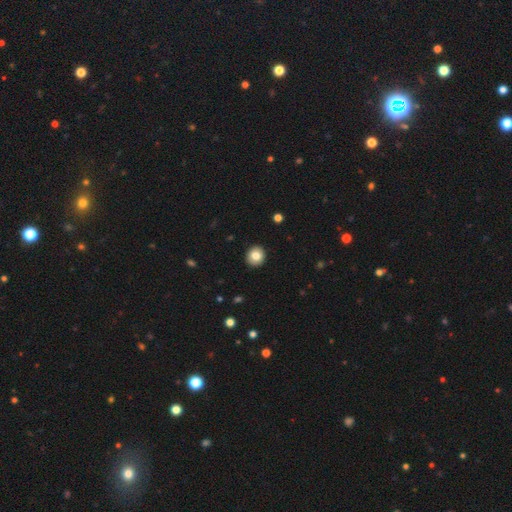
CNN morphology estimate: Smooth or featured?
  - smooth: 82% *
  - star or artifact: 9%
  - featured or disk: 9%
How rounded?
  - round: 88% *
  - in between: 11%
  - cigar-shaped: 1%
Merging?
  - none: 93% *
  - minor disturbance: 5%
  - major disturbance: 1%
  - merger: 1%